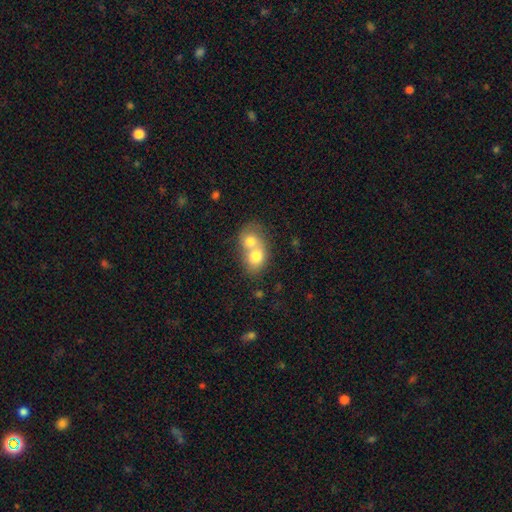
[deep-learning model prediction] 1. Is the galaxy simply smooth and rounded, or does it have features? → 71% smooth, 21% featured or disk, 8% star or artifact.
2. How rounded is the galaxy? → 55% round, 44% in between, 1% cigar-shaped.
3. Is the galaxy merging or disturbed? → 77% merger, 16% none, 5% minor disturbance, 3% major disturbance.